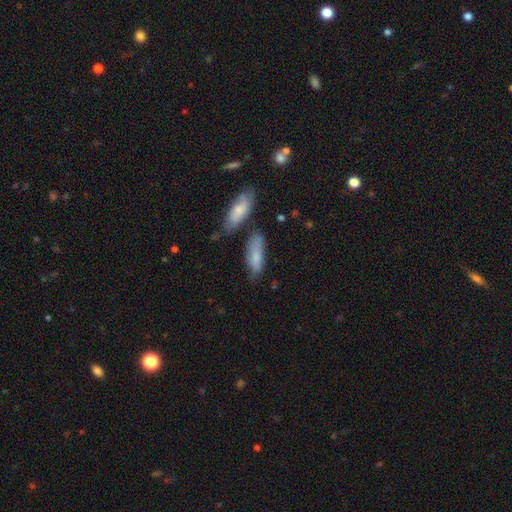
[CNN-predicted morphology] smooth-or-featured: smooth: 73% | featured or disk: 20% | star or artifact: 7%
  how-rounded: in between: 63% | cigar-shaped: 35% | round: 2%
  merging: none: 52% | minor disturbance: 25% | merger: 15% | major disturbance: 8%